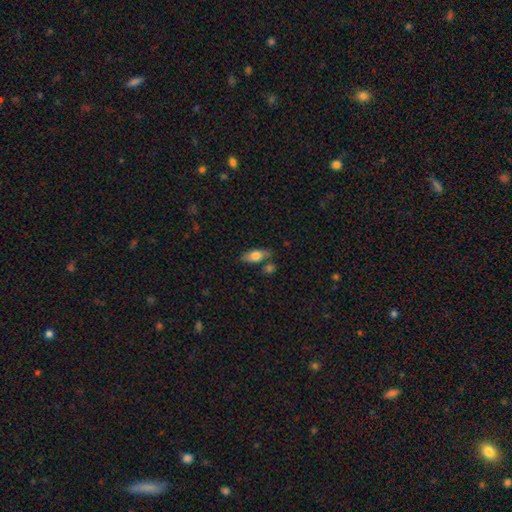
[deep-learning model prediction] Overall: smooth (72%). How rounded: in between (79%). Merging: none (67%).